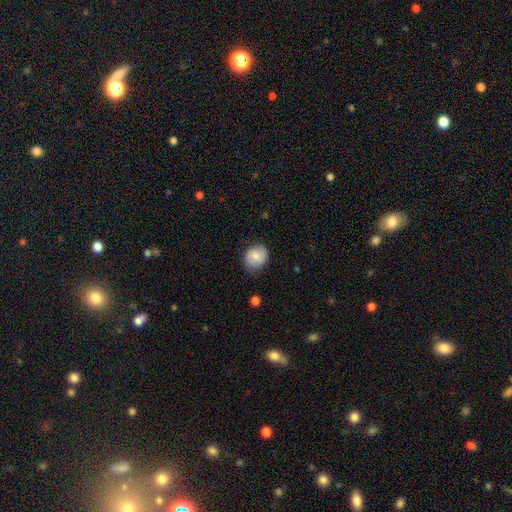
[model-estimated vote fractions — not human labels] smooth_or_featured: smooth (p=0.76) [alt: featured or disk p=0.16]
how_rounded: round (p=0.53) [alt: in between p=0.46]
merging: none (p=0.71) [alt: minor disturbance p=0.23]